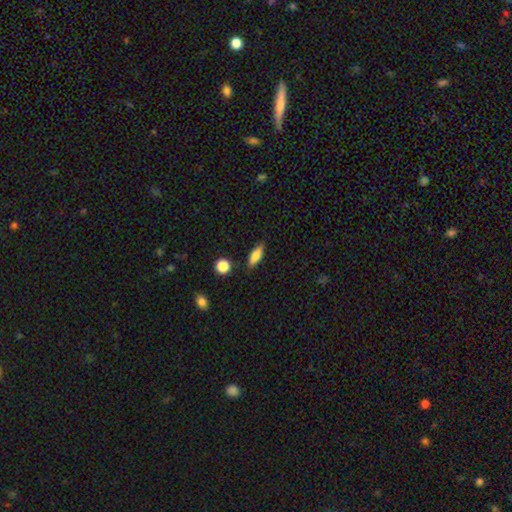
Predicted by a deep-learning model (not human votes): Smooth or featured: smooth — 71% (featured or disk — 21%)
How rounded: in between — 59% (cigar-shaped — 37%)
Merging: none — 83% (minor disturbance — 12%)